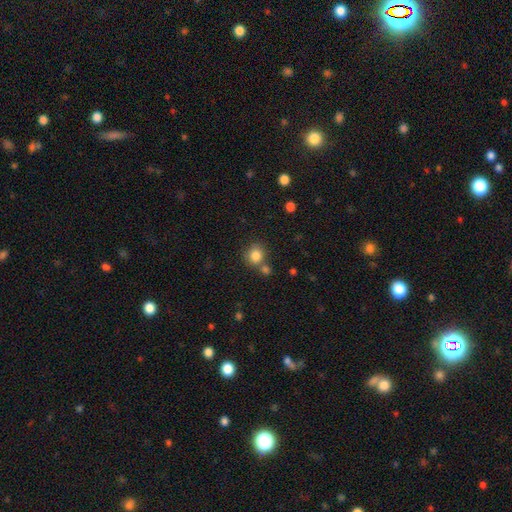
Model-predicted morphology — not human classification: A smooth galaxy with no disk features (83%) that is round (81%). Merging: none (63%).